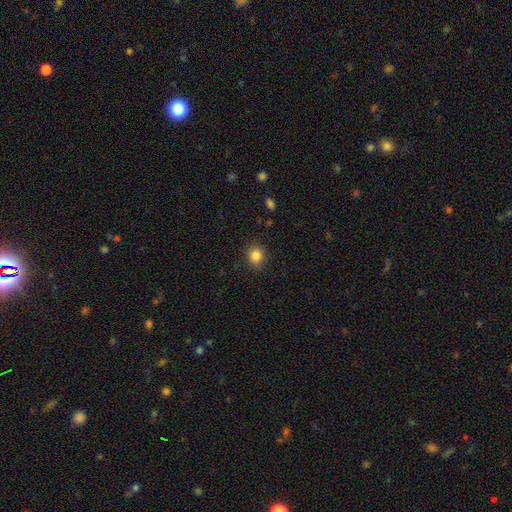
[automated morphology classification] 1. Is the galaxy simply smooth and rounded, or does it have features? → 85% smooth, 11% star or artifact, 5% featured or disk.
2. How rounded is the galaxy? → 79% round, 20% in between, 1% cigar-shaped.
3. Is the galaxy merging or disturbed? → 88% none, 8% minor disturbance, 2% major disturbance, 1% merger.